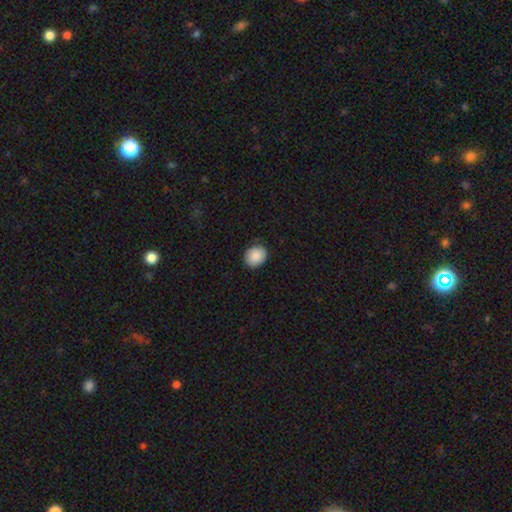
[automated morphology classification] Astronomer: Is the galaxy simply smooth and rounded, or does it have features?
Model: smooth — 89%.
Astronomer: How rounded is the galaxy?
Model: round — 60% (runner-up: in between, 39%).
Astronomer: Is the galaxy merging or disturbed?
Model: none — 85%.